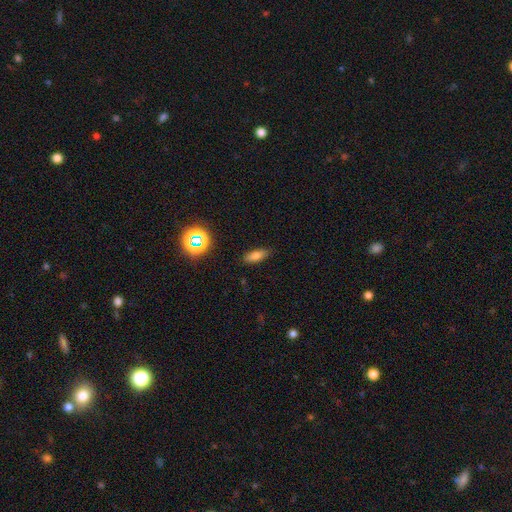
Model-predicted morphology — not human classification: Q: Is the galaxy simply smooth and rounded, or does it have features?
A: smooth — 75%.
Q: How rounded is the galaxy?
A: in between — 69%.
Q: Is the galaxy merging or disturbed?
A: none — 86%.